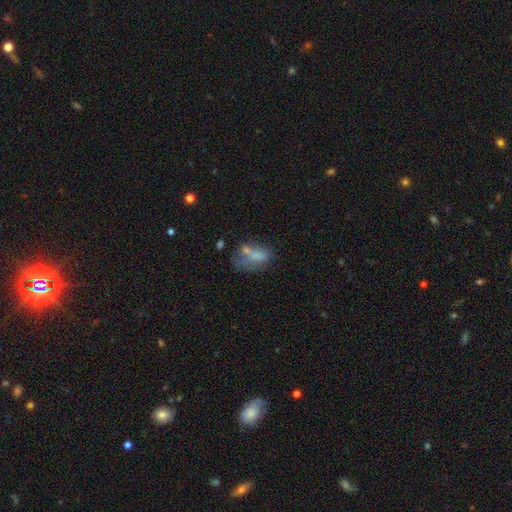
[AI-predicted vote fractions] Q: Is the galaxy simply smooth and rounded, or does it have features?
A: smooth — 62%.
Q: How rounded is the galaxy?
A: in between — 84%.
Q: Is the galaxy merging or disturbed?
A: none — 27%.